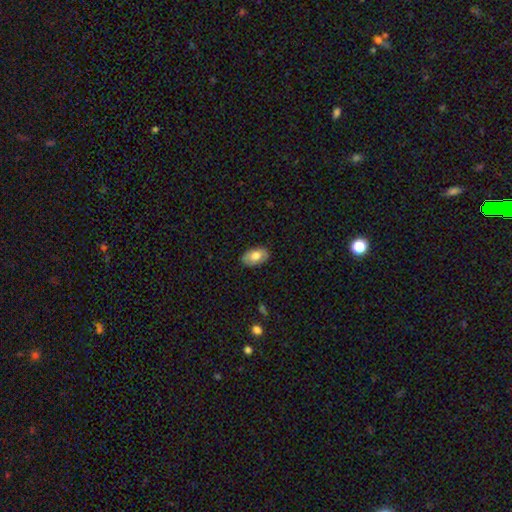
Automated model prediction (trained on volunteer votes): Smooth or featured?
  - smooth: 70% *
  - featured or disk: 24%
  - star or artifact: 6%
How rounded?
  - in between: 92% *
  - round: 7%
  - cigar-shaped: 1%
Merging?
  - none: 84% *
  - minor disturbance: 12%
  - major disturbance: 2%
  - merger: 1%